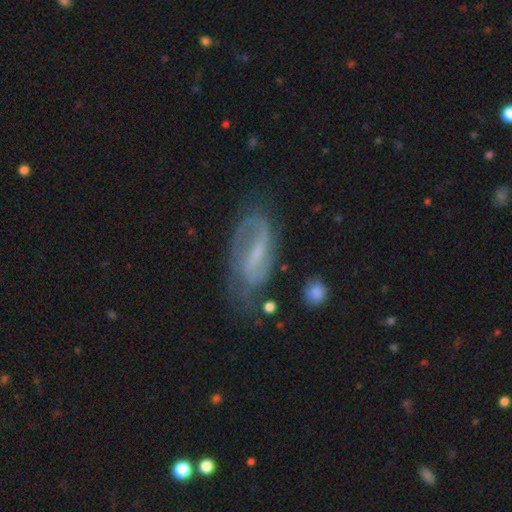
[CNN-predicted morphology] The model was most divided on "bar": weak: 46%, strong: 34%, no: 19%. Remaining: edge-on disk — no (92%); spiral arms — yes (89%); smooth or featured — featured or disk (77%); spiral arm count — 2 (71%); merging — none (62%); bulge size — small (48%); spiral winding — medium (45%).